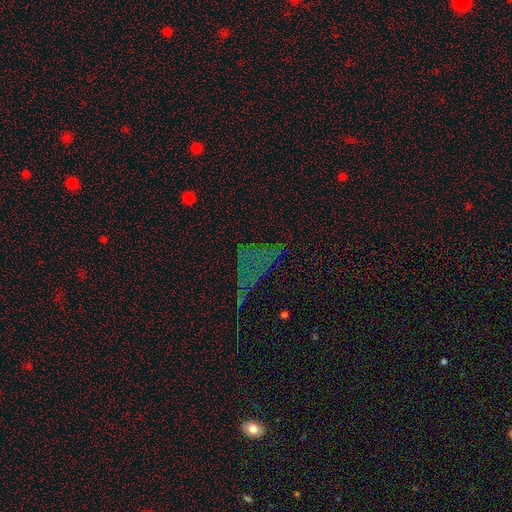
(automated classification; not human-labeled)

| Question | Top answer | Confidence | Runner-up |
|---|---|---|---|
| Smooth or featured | star or artifact | 58% | smooth (24%) |